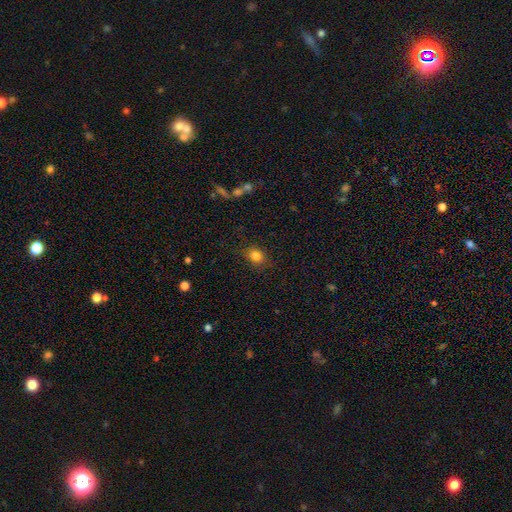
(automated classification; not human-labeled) A smooth galaxy with no disk features (82%) that is round (55%). Merging: none (82%).